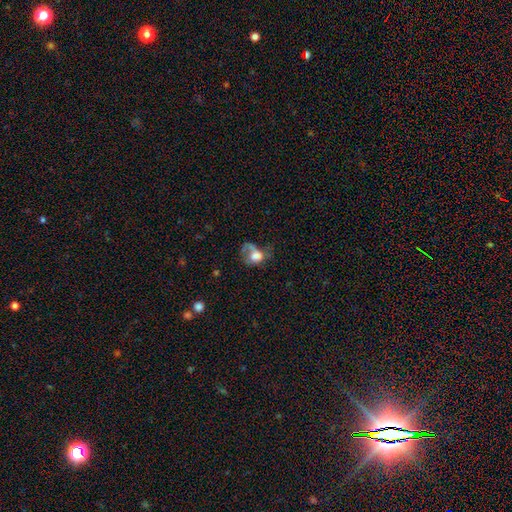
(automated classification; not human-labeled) A smooth galaxy with no disk features (51%) that is in between round and cigar-shaped (62%). Merging: major disturbance (54%).